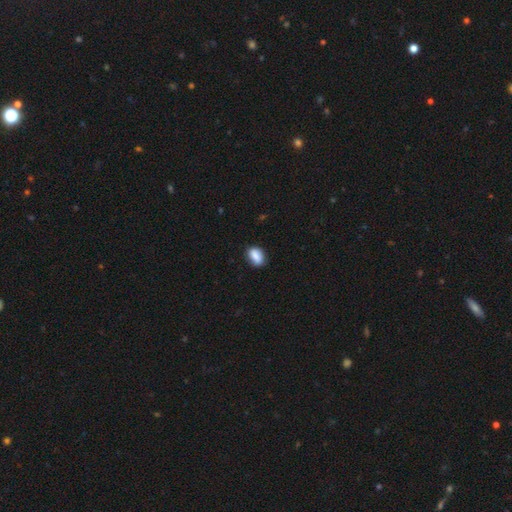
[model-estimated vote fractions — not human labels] Smooth or featured: smooth — 86% (star or artifact — 8%)
How rounded: in between — 83% (round — 15%)
Merging: none — 81% (minor disturbance — 15%)